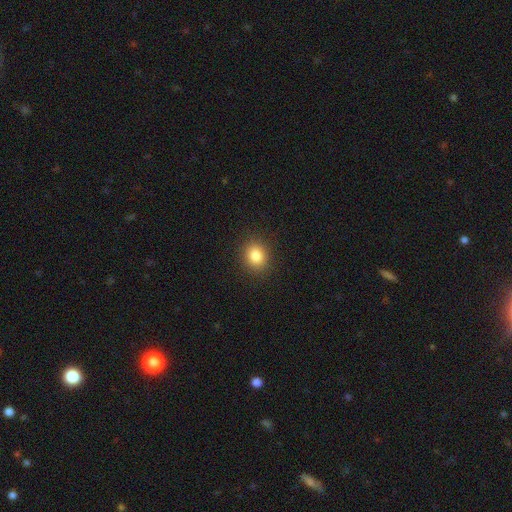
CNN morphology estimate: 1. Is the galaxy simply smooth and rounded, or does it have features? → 83% smooth, 11% star or artifact, 6% featured or disk.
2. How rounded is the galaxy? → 63% round, 36% in between, 1% cigar-shaped.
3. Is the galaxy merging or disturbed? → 89% none, 7% minor disturbance, 2% major disturbance, 1% merger.